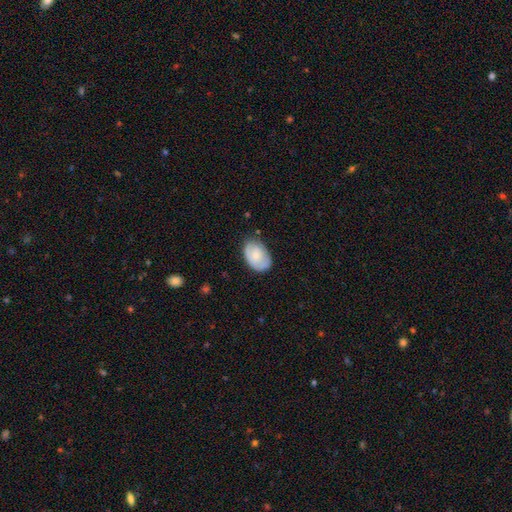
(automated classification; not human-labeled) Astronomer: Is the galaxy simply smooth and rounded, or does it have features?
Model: smooth — 59% (runner-up: featured or disk, 35%).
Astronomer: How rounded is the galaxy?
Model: in between — 85%.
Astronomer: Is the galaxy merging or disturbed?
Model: none — 68%.